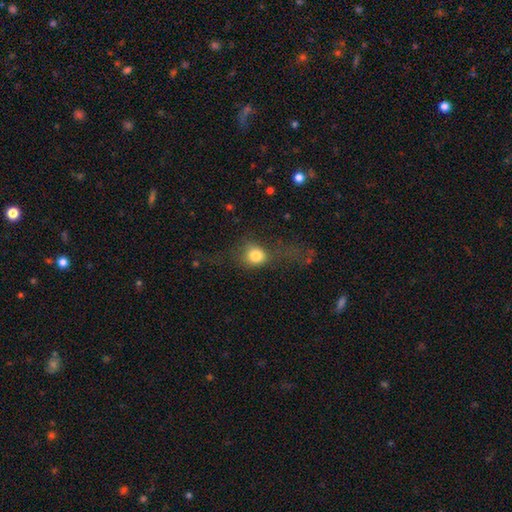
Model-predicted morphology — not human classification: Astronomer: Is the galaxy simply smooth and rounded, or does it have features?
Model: smooth — 75%.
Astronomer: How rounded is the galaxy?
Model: round — 72%.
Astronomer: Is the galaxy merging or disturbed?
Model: none — 41% (runner-up: major disturbance, 36%).